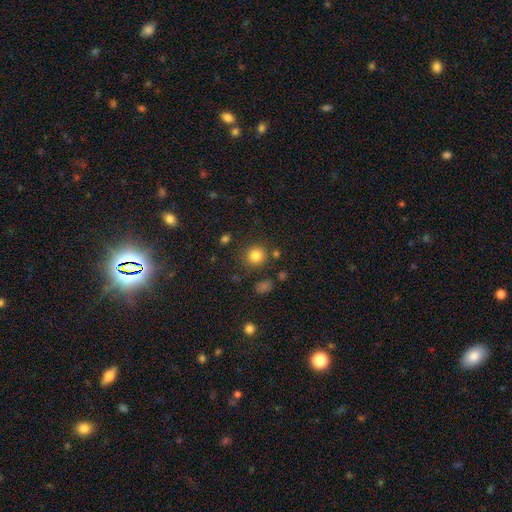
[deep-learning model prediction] Smooth or featured?
  - smooth: 82% *
  - star or artifact: 12%
  - featured or disk: 6%
How rounded?
  - round: 90% *
  - in between: 9%
  - cigar-shaped: 1%
Merging?
  - none: 83% *
  - minor disturbance: 9%
  - merger: 4%
  - major disturbance: 4%